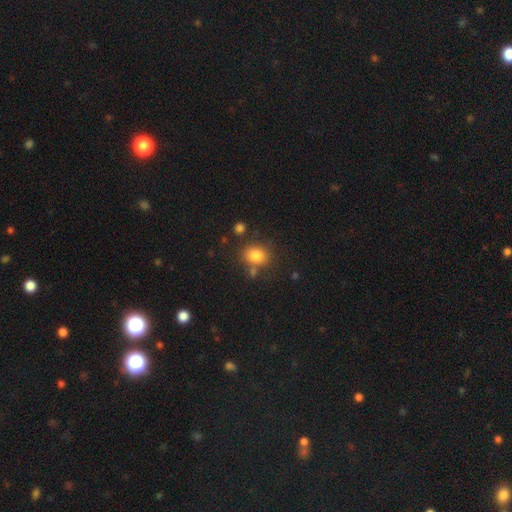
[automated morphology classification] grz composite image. It shows a smooth galaxy with no disk features (82%) that is round (53%). Merging: none (73%).